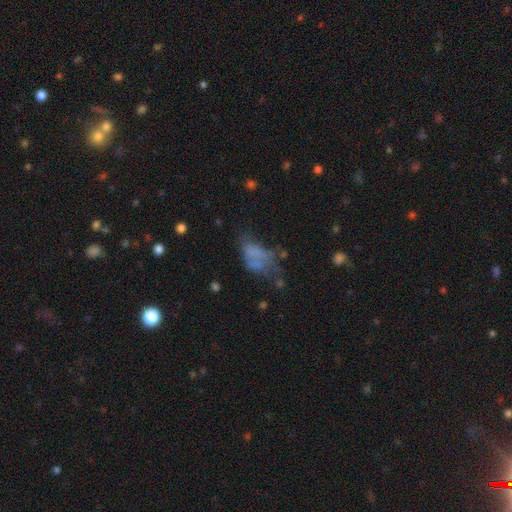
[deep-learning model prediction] Overall: smooth (46%; featured or disk 36%). Merging: major disturbance (40%; none 26%).